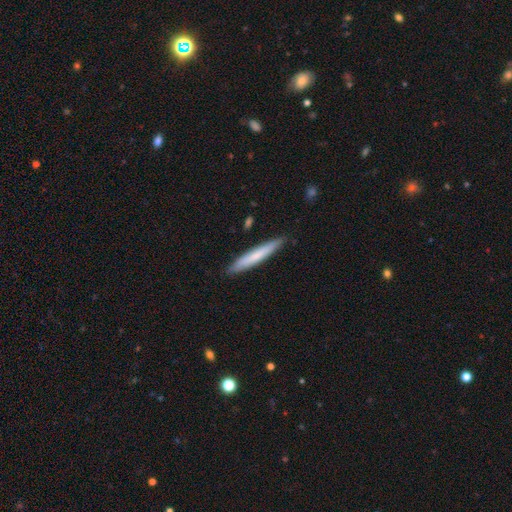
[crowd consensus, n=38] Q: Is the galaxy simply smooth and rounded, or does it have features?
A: smooth — 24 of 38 (63%).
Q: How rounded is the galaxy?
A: cigar-shaped — 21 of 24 (88%).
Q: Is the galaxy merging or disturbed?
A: none — 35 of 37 (95%).